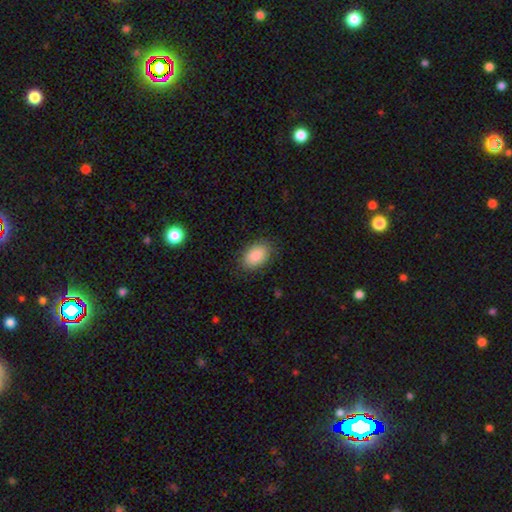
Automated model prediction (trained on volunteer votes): Smooth or featured: smooth — 89% (star or artifact — 7%)
How rounded: in between — 89% (round — 10%)
Merging: none — 85% (minor disturbance — 11%)